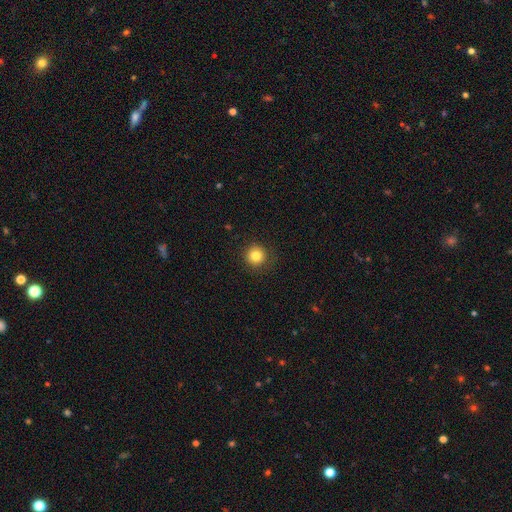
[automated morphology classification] Q: Smooth or featured?
A: smooth (83%); runner-up: star or artifact (11%)
Q: How rounded?
A: round (94%); runner-up: in between (5%)
Q: Merging?
A: none (89%); runner-up: minor disturbance (8%)